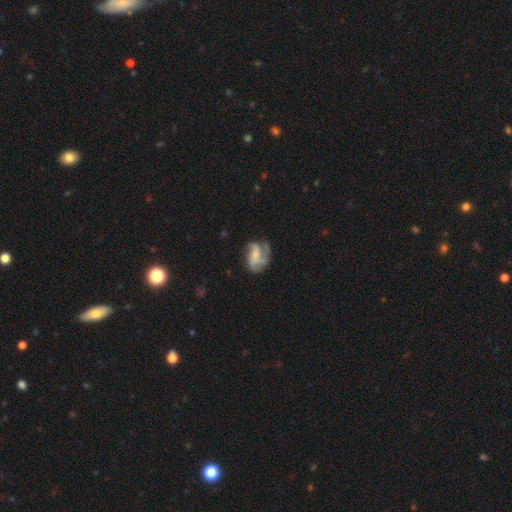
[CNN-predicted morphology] Smooth or featured?
  - featured or disk: 68% *
  - smooth: 25%
  - star or artifact: 7%
Edge-on disk?
  - no: 97% *
  - yes: 3%
Bar?
  - no: 51% *
  - weak: 37%
  - strong: 12%
Spiral arms?
  - yes: 88% *
  - no: 12%
Spiral winding?
  - medium: 44% *
  - loose: 35%
  - tight: 21%
Spiral arm count?
  - 3: 37% *
  - 2: 26%
  - can't tell: 17%
  - 1: 10%
  - 4: 6%
  - more than 4: 4%
Bulge size?
  - small: 45% *
  - moderate: 26%
  - none: 23%
  - large: 4%
  - dominant: 1%
Merging?
  - none: 49% *
  - minor disturbance: 25%
  - major disturbance: 23%
  - merger: 3%